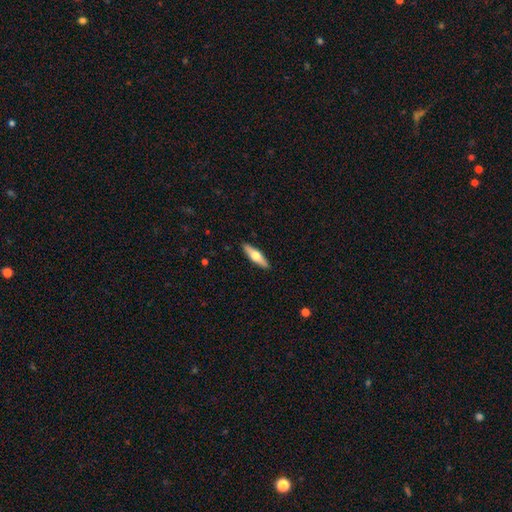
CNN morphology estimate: Smooth or featured? featured or disk (47%, tied with smooth)
Merging? none (90%)